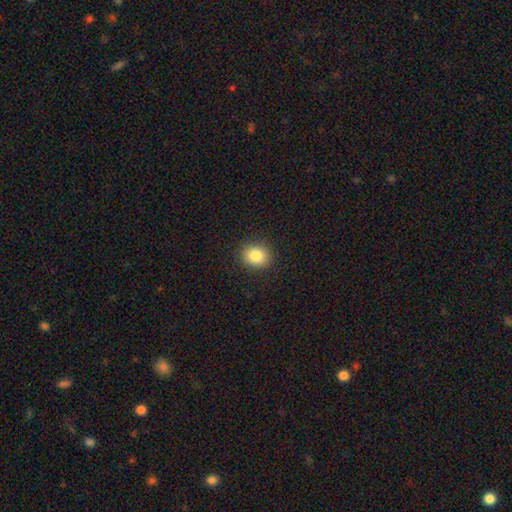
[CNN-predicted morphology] Smooth or featured?
  - smooth: 85% *
  - star or artifact: 10%
  - featured or disk: 6%
How rounded?
  - round: 66% *
  - in between: 34%
  - cigar-shaped: 1%
Merging?
  - none: 90% *
  - minor disturbance: 7%
  - major disturbance: 2%
  - merger: 1%